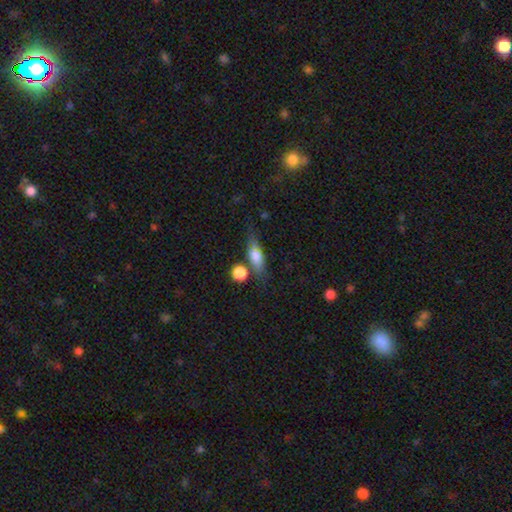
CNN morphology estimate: Smooth or featured?
  - smooth: 65% *
  - featured or disk: 27%
  - star or artifact: 9%
How rounded?
  - in between: 55% *
  - cigar-shaped: 35%
  - round: 10%
Merging?
  - none: 61% *
  - minor disturbance: 18%
  - merger: 13%
  - major disturbance: 7%